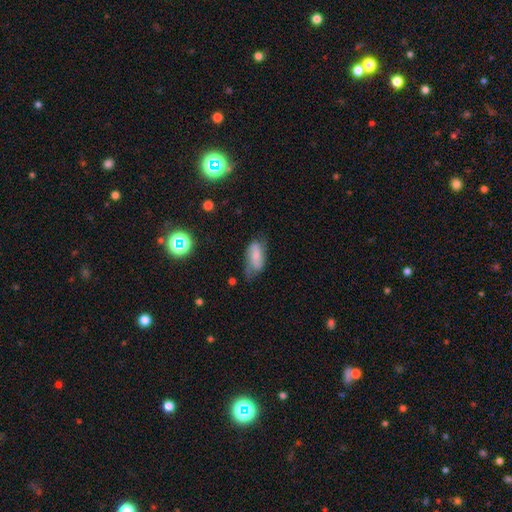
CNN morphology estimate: This appears to be a smooth galaxy with no disk features (59%) that is in between round and cigar-shaped (88%). Merging: none (45%).